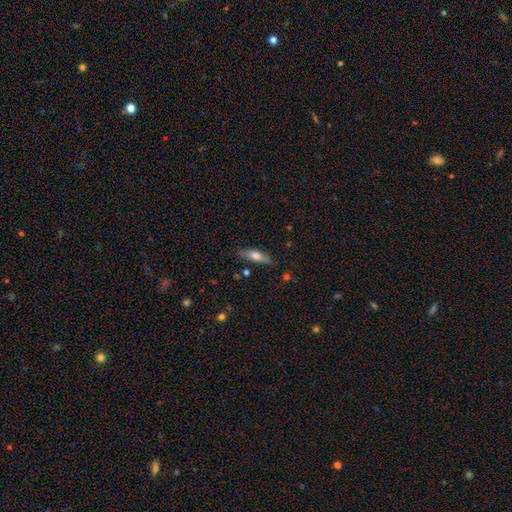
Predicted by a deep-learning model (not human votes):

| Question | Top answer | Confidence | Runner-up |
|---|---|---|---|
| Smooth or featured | smooth | 51% | featured or disk (42%) |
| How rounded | cigar-shaped | 60% | in between (37%) |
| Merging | none | 80% | minor disturbance (14%) |